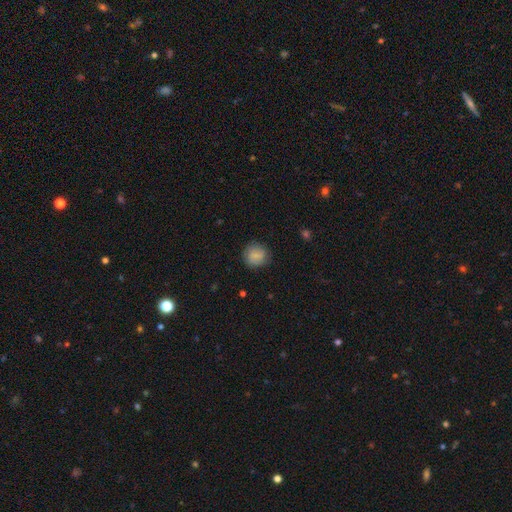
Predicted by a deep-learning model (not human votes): smooth 77%, featured or disk 15%, star or artifact 8%. Down the decision tree: how rounded — round (88%); merging — none (80%).